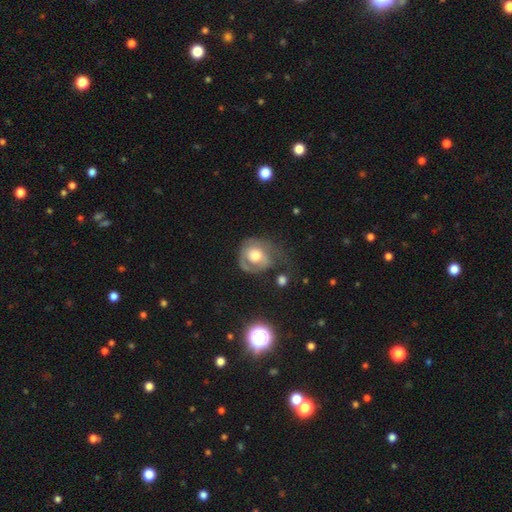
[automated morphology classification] Q: Smooth or featured?
A: featured or disk (56%); runner-up: smooth (37%)
Q: Edge-on disk?
A: no (97%); runner-up: yes (3%)
Q: Bar?
A: no (79%); runner-up: weak (18%)
Q: Spiral arms?
A: yes (67%); runner-up: no (33%)
Q: Bulge size?
A: moderate (62%); runner-up: large (25%)
Q: Merging?
A: major disturbance (39%); runner-up: none (32%)